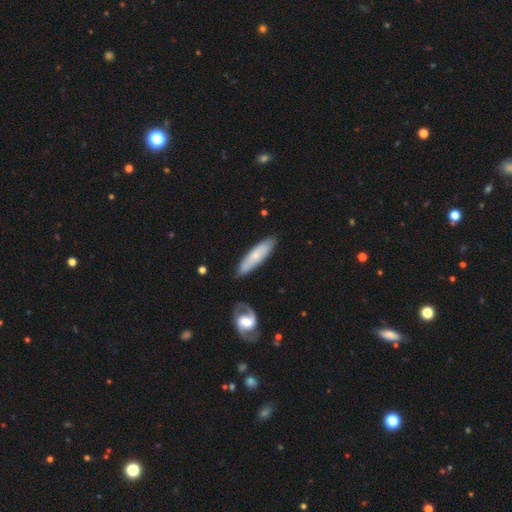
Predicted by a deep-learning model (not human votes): Smooth or featured?
  - smooth: 60% *
  - featured or disk: 34%
  - star or artifact: 6%
How rounded?
  - cigar-shaped: 69% *
  - in between: 29%
  - round: 2%
Merging?
  - none: 81% *
  - minor disturbance: 12%
  - merger: 4%
  - major disturbance: 3%